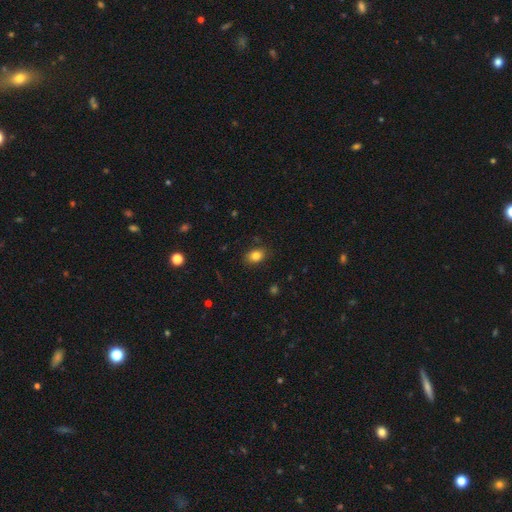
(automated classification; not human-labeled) A smooth galaxy with no disk features (83%) that is in between round and cigar-shaped (71%).

Vote fractions:
- Smooth or featured? smooth: 83% / star or artifact: 10% / featured or disk: 7%
- How rounded? in between: 71% / round: 28% / cigar-shaped: 1%
- Merging? none: 85% / minor disturbance: 11% / major disturbance: 3% / merger: 1%